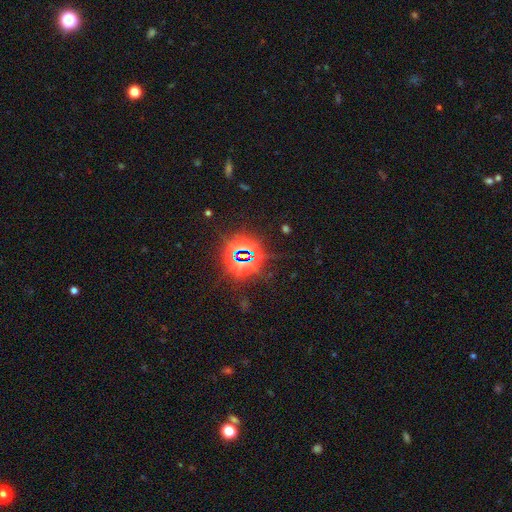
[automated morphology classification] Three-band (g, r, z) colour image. It shows a star or artifact, not a galaxy (83%).